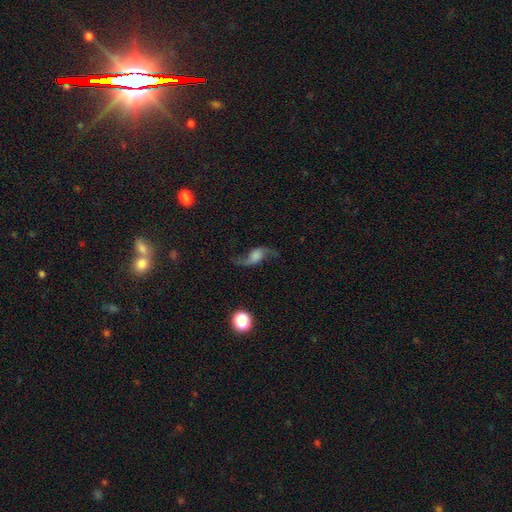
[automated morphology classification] Smooth or featured: featured or disk — 78% (smooth — 13%)
Edge-on disk: no — 94% (yes — 6%)
Bar: no — 60% (weak — 30%)
Spiral arms: yes — 96% (no — 4%)
Spiral winding: loose — 91% (medium — 7%)
Spiral arm count: 2 — 93% (1 — 3%)
Bulge size: large — 28% (none — 27%)
Merging: none — 73% (minor disturbance — 14%)